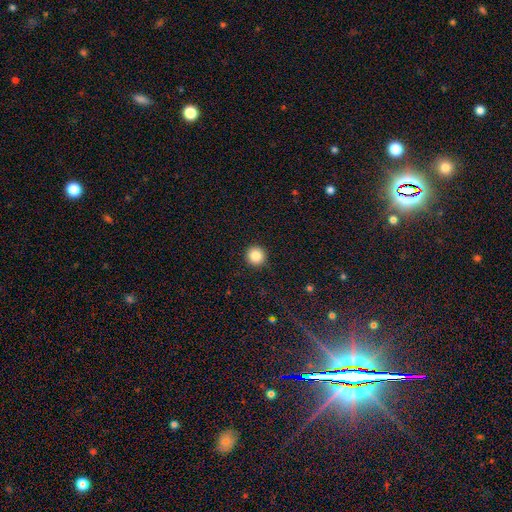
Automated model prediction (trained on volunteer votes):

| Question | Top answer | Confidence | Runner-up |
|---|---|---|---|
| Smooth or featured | smooth | 85% | star or artifact (10%) |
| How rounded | round | 95% | in between (4%) |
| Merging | none | 93% | minor disturbance (5%) |